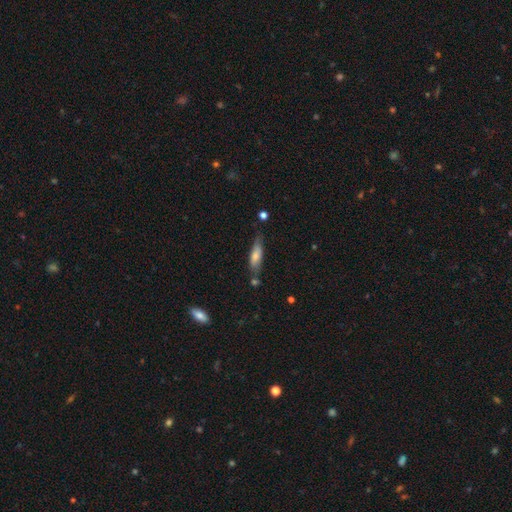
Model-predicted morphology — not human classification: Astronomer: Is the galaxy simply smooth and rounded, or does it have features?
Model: smooth — 69%.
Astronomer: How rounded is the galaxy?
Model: cigar-shaped — 58% (runner-up: in between, 40%).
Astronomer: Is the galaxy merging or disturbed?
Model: none — 63%.